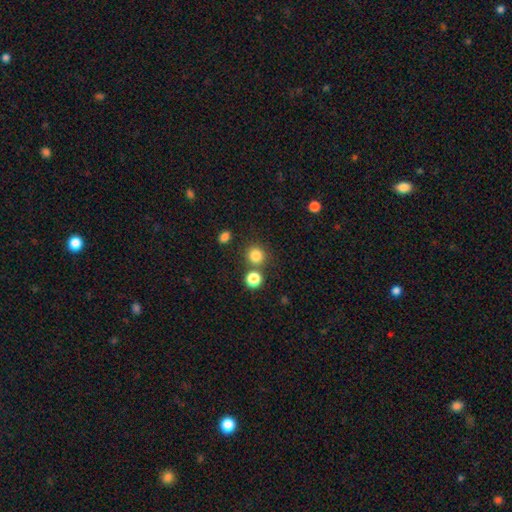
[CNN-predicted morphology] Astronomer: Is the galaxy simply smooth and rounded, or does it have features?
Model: smooth — 82%.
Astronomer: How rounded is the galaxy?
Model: round — 91%.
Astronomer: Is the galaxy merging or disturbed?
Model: none — 75%.